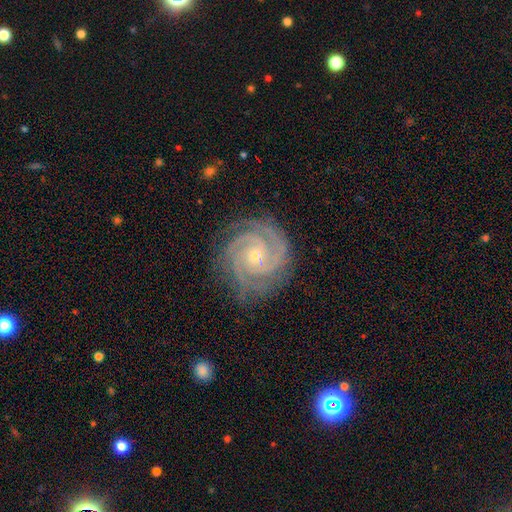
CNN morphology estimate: Smooth or featured? Predicted: featured or disk (p=0.93). Edge-on disk? Predicted: no (p=0.98). Bar? Predicted: no (p=0.67). Spiral arms? Predicted: yes (p=0.99). Spiral winding? Predicted: tight (p=0.79). Spiral arm count? Predicted: 3 (p=0.46). Bulge size? Predicted: small (p=0.64). Merging? Predicted: none (p=0.82).